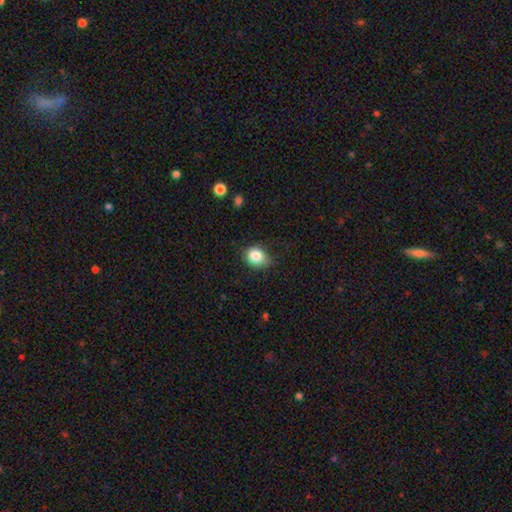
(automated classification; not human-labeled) smooth_or_featured: smooth (p=0.84) [alt: star or artifact p=0.09]
how_rounded: round (p=0.58) [alt: in between p=0.42]
merging: none (p=0.66) [alt: minor disturbance p=0.26]